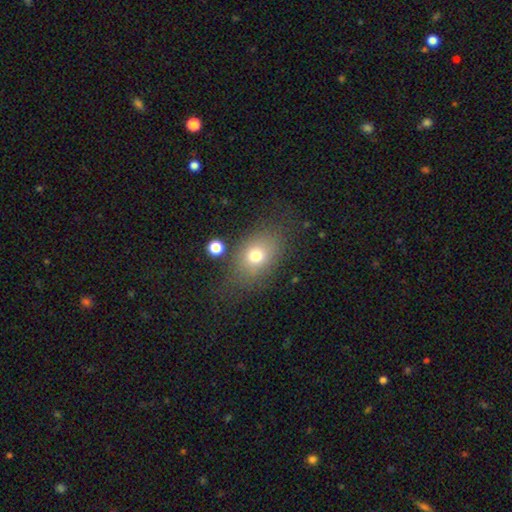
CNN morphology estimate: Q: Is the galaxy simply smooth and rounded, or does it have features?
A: smooth — 71%.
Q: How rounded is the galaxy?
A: in between — 69%.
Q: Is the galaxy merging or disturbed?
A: none — 69%.